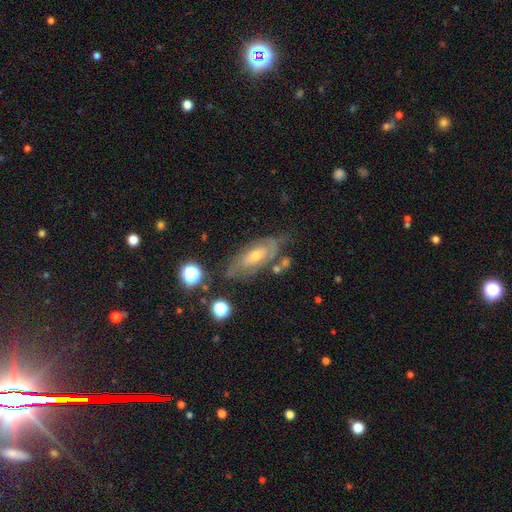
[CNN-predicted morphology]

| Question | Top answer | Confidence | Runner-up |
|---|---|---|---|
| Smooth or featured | featured or disk | 69% | smooth (22%) |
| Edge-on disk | no | 85% | yes (15%) |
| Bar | no | 62% | weak (30%) |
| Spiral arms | yes | 80% | no (20%) |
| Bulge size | small | 52% | moderate (43%) |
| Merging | none | 62% | minor disturbance (23%) |